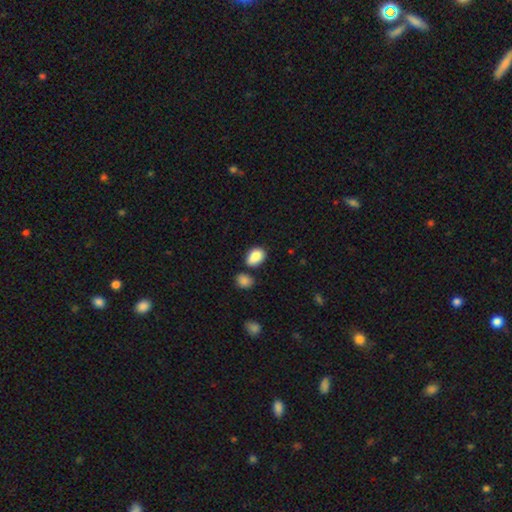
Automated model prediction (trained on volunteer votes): This is clearly a smooth galaxy (87%). How rounded: likely in between (78%). Merging: likely none (62%).